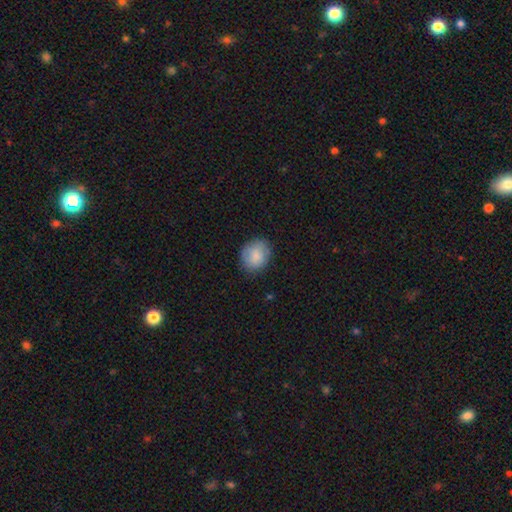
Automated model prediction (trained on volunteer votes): This is clearly a smooth galaxy (85%). How rounded: likely round (63%). Merging: clearly none (80%).